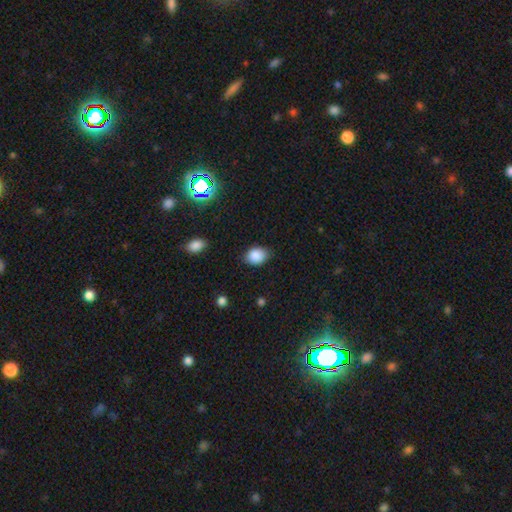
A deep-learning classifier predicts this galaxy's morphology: Smooth or featured? Predicted: smooth (p=0.87). How rounded? Predicted: in between (p=0.61). Merging? Predicted: none (p=0.79).